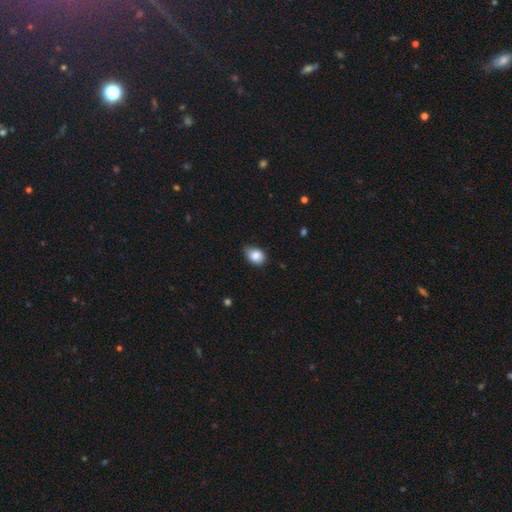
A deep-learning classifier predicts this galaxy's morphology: Smooth or featured?
  - smooth: 85% *
  - star or artifact: 8%
  - featured or disk: 7%
How rounded?
  - in between: 63% *
  - round: 36%
  - cigar-shaped: 1%
Merging?
  - none: 62% *
  - minor disturbance: 32%
  - major disturbance: 5%
  - merger: 1%